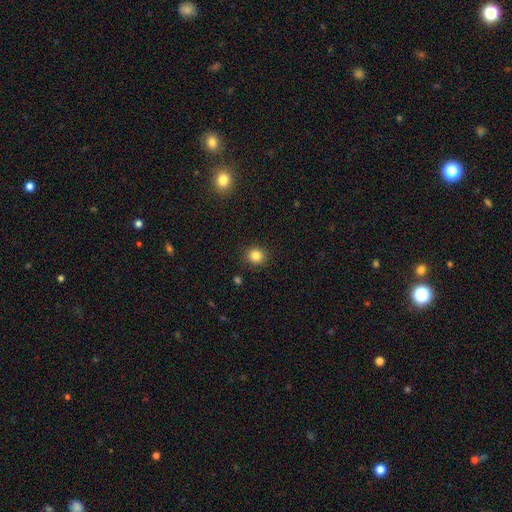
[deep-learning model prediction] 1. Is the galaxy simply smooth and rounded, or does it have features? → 84% smooth, 11% star or artifact, 5% featured or disk.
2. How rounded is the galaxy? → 87% round, 12% in between, 1% cigar-shaped.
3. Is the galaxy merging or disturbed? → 90% none, 6% minor disturbance, 2% major disturbance, 1% merger.